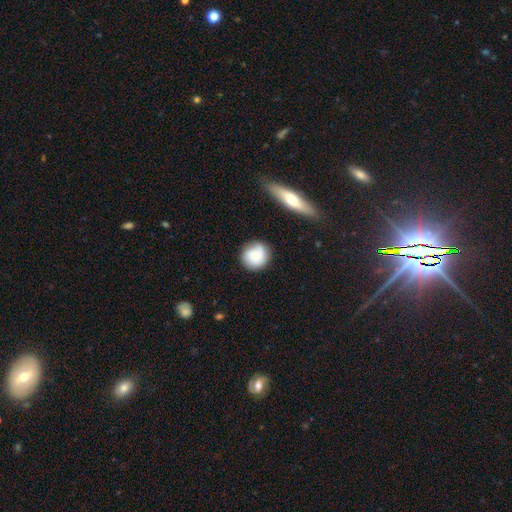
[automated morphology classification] A smooth galaxy with no disk features (72%) that is round (88%). Merging: none (78%).